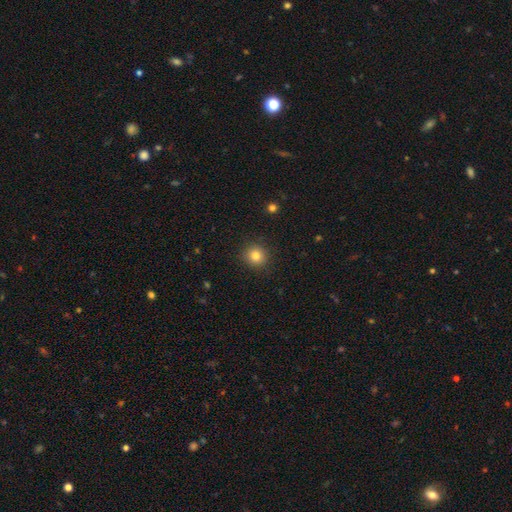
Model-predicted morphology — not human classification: Overall: smooth (82%). How rounded: round (91%). Merging: none (91%).